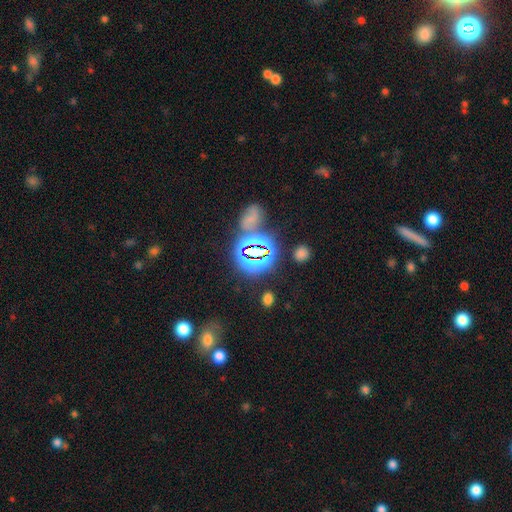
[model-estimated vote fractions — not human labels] Smooth or featured? Predicted: star or artifact (p=0.65).